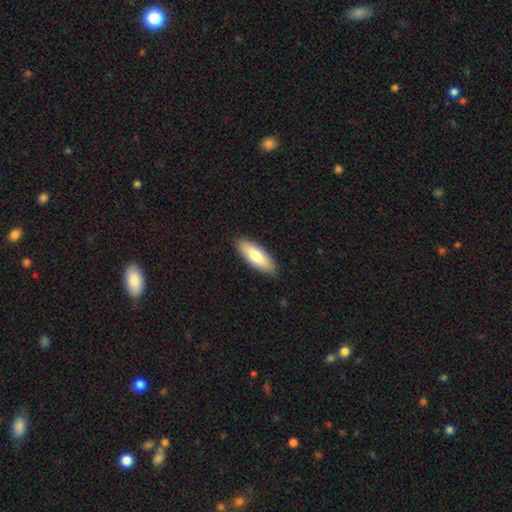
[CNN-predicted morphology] smooth 78%, featured or disk 17%, star or artifact 5%. Down the decision tree: how rounded — in between (68%); merging — none (89%).